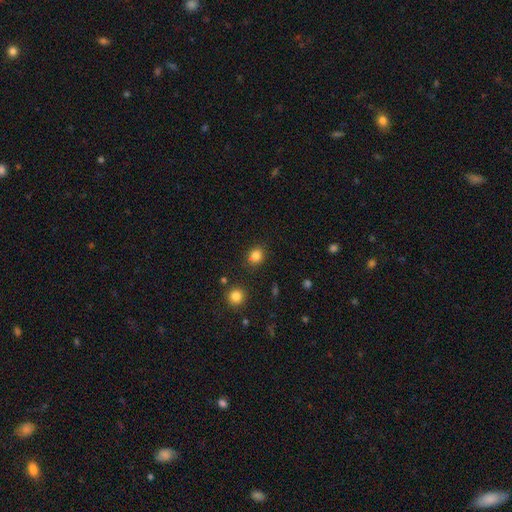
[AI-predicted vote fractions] The model was most divided on "how rounded": round: 72%, in between: 27%, cigar-shaped: 1%. More confident: merging — none (84%); smooth or featured — smooth (83%).